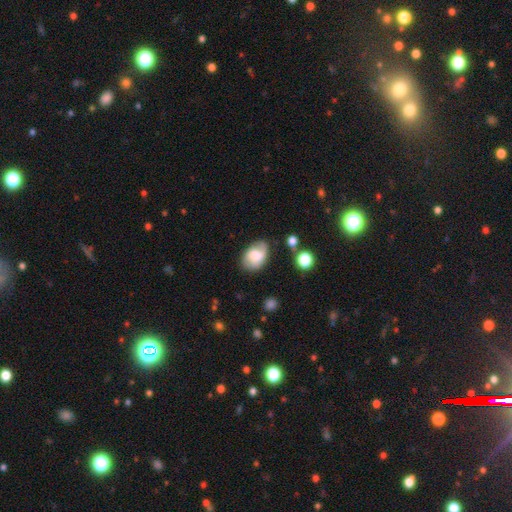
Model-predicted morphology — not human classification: smooth_or_featured: smooth (p=0.57) [alt: featured or disk p=0.34]
how_rounded: in between (p=0.81) [alt: round p=0.18]
merging: none (p=0.62) [alt: minor disturbance p=0.26]